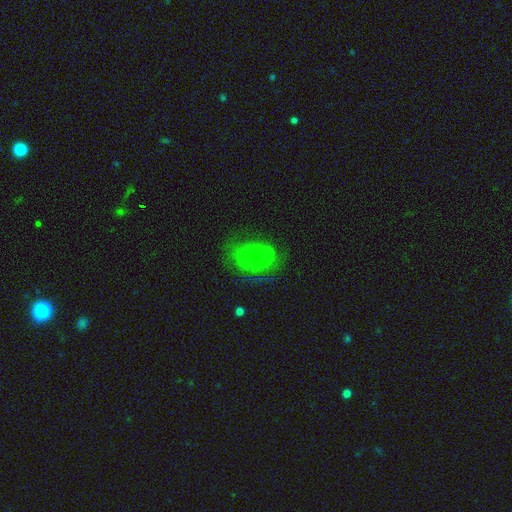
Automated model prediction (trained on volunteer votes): Overall: featured or disk (77%). Edge-on disk: no (98%). Bar: no (54%; weak 39%). Spiral arms: yes (90%). Spiral arm count: 2 (66%). Spiral winding: medium (48%; tight 36%). Bulge size: small (70%). Merging: none (63%).